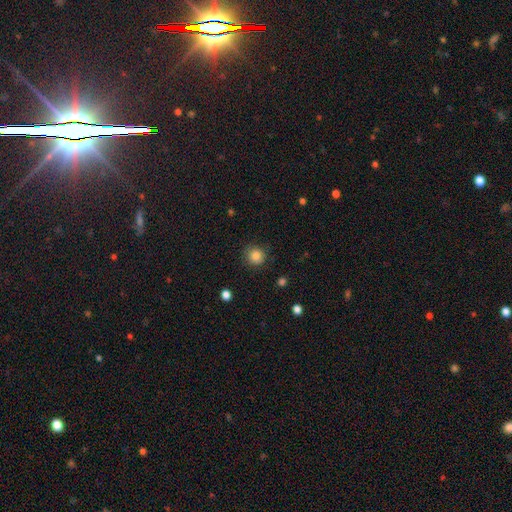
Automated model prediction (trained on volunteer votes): smooth_or_featured: smooth (p=0.84) [alt: star or artifact p=0.11]
how_rounded: round (p=0.92) [alt: in between p=0.07]
merging: none (p=0.87) [alt: minor disturbance p=0.09]